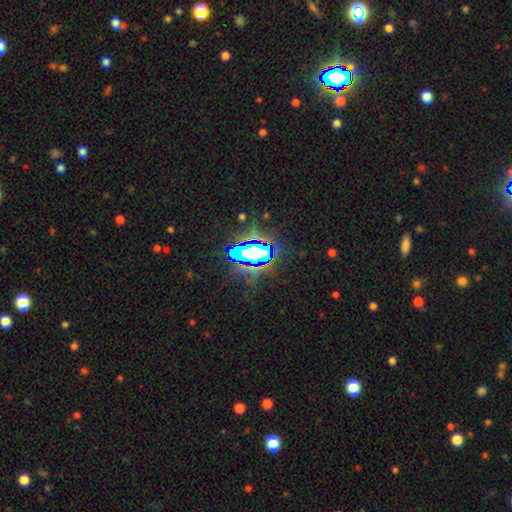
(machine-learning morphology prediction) Smooth or featured: star or artifact — 70% (featured or disk — 16%)